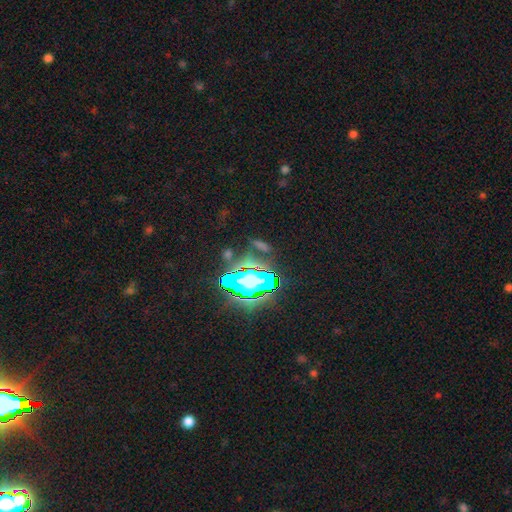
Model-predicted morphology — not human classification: The model was most divided on "smooth or featured": star or artifact: 78%, smooth: 13%, featured or disk: 9%.